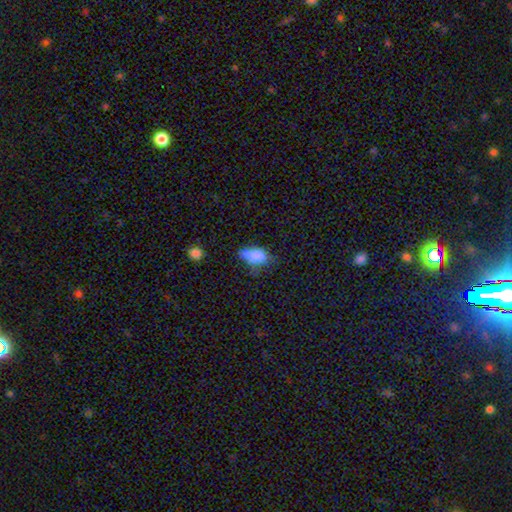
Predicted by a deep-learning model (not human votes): Overall: smooth (78%). How rounded: in between (88%). Merging: minor disturbance (37%; none 32%).